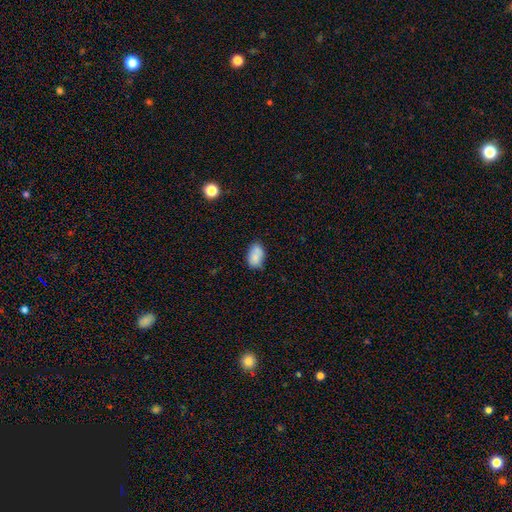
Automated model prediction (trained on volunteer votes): smooth_or_featured: smooth (p=0.80) [alt: featured or disk p=0.12]
how_rounded: in between (p=0.87) [alt: round p=0.11]
merging: none (p=0.62) [alt: minor disturbance p=0.27]